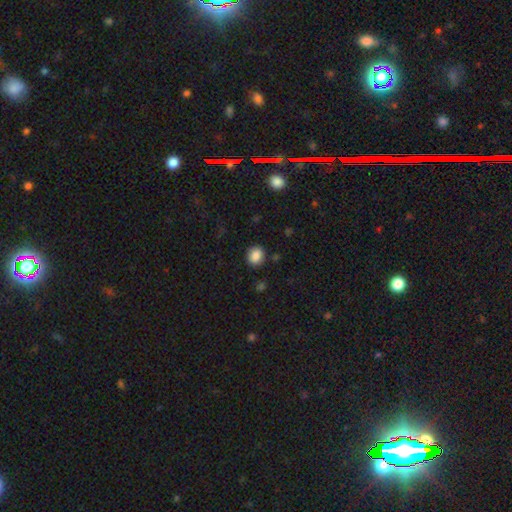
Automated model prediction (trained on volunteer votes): Smooth or featured: smooth — 87% (star or artifact — 9%)
How rounded: round — 67% (in between — 32%)
Merging: none — 88% (minor disturbance — 8%)